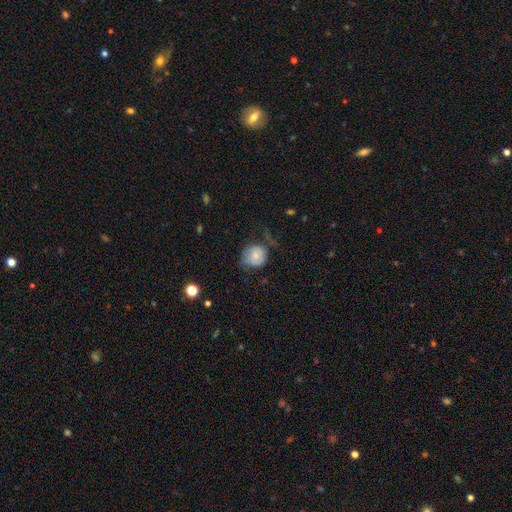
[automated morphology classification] smooth-or-featured: smooth: 64% | featured or disk: 27% | star or artifact: 8%
  how-rounded: round: 74% | in between: 25% | cigar-shaped: 1%
  merging: none: 37% | minor disturbance: 32% | major disturbance: 28% | merger: 3%